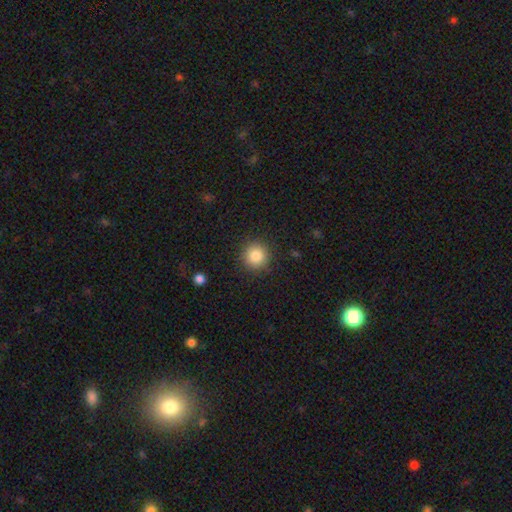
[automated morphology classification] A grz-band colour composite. It shows a smooth galaxy with no disk features (85%) that is round (95%). Merging: none (90%).